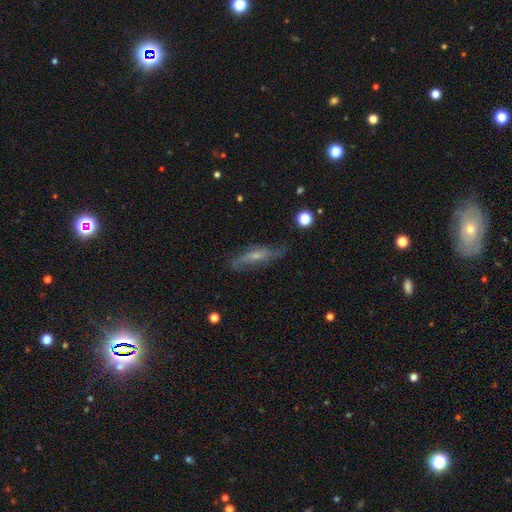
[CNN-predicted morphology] smooth-or-featured: featured or disk: 60% | smooth: 30% | star or artifact: 10%
  disk-edge-on: no: 58% | yes: 42%
  merging: none: 66% | minor disturbance: 23% | major disturbance: 10% | merger: 2%